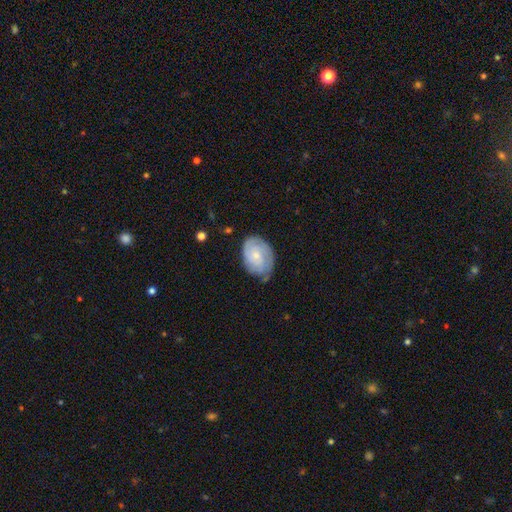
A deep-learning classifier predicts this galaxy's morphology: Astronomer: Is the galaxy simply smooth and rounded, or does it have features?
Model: featured or disk — 60%.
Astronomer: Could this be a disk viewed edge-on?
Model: no — 97%.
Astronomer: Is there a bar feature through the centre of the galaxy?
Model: no — 73%.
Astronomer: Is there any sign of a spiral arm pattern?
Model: yes — 87%.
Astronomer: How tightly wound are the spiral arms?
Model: tight — 65%.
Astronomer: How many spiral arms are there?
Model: can't tell — 39% (runner-up: 2, 27%).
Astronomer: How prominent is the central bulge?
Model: small — 64%.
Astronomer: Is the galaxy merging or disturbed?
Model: none — 62%.